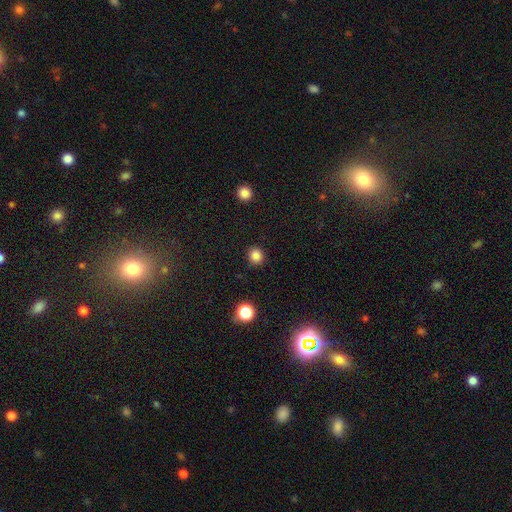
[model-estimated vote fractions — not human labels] This appears to be a smooth galaxy with no disk features (84%) that is round (90%). Merging: none (90%).